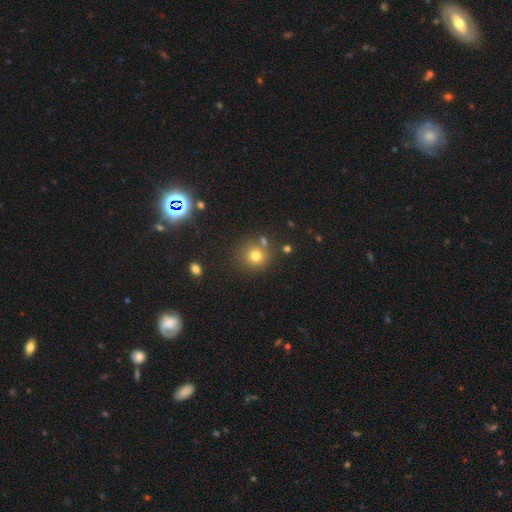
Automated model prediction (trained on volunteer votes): This is likely a smooth galaxy (75%). How rounded: clearly round (91%). Merging: likely none (75%).